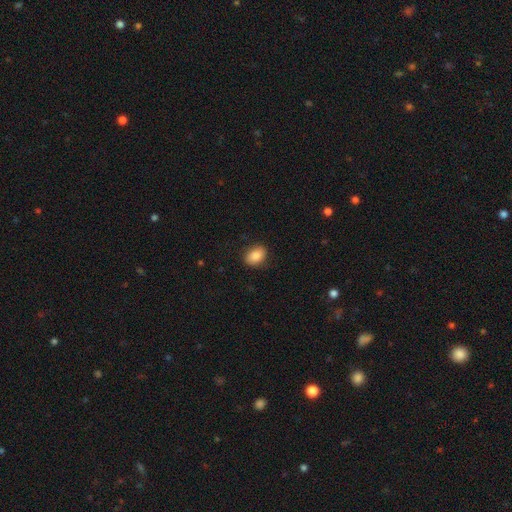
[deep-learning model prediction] A smooth galaxy with no disk features (88%) that is in between round and cigar-shaped (79%).

Vote fractions:
- Smooth or featured? smooth: 88% / star or artifact: 8% / featured or disk: 5%
- How rounded? in between: 79% / round: 20% / cigar-shaped: 1%
- Merging? none: 86% / minor disturbance: 11% / major disturbance: 3% / merger: 1%